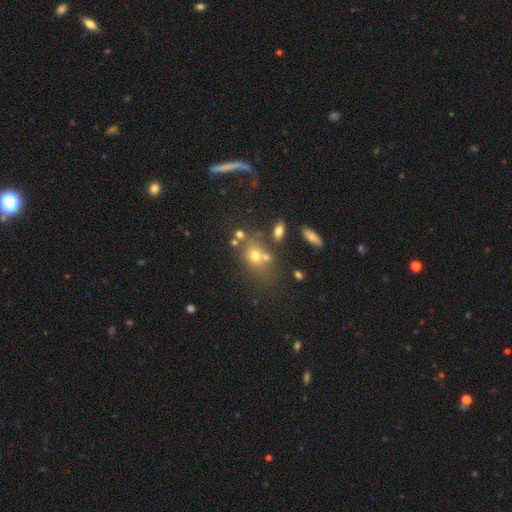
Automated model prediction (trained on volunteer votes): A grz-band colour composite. It shows a smooth galaxy with no disk features (62%) that is in between round and cigar-shaped (50%). Merging: none (48%).